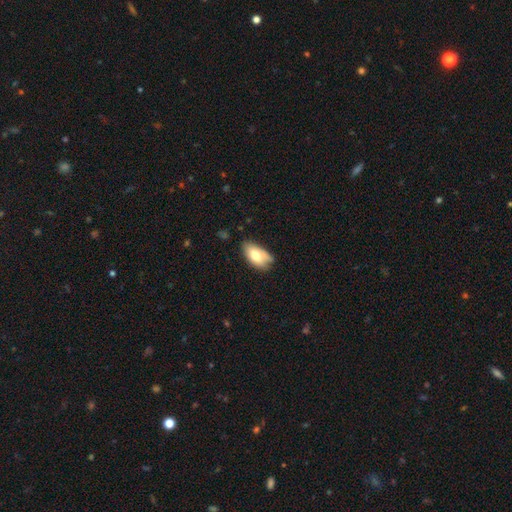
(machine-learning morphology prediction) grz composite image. It shows a smooth galaxy with no disk features (73%) that is in between round and cigar-shaped (93%). Merging: none (55%).